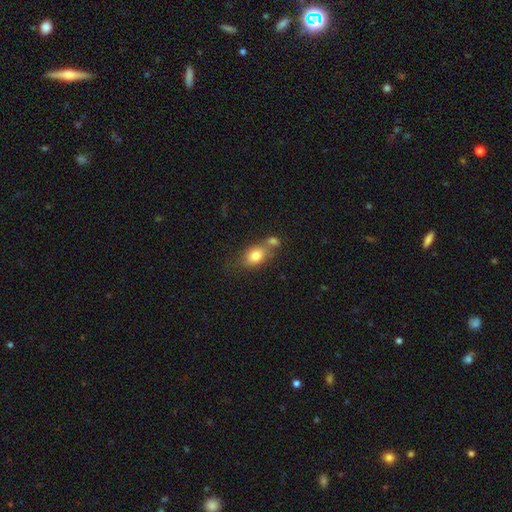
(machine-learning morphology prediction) smooth 78%, featured or disk 13%, star or artifact 9%. Down the decision tree: how rounded — in between (74%); merging — none (40%).